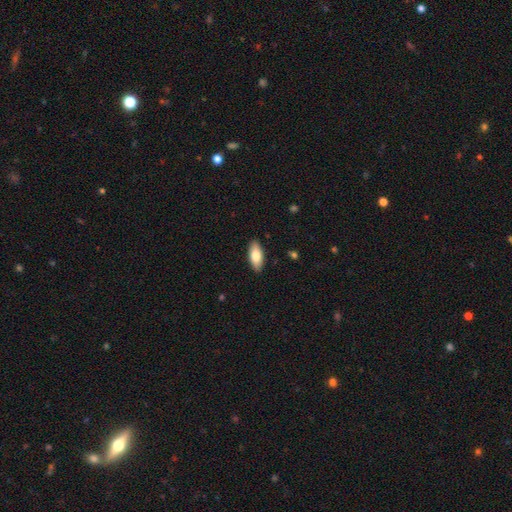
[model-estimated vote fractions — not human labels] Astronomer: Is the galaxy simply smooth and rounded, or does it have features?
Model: smooth — 82%.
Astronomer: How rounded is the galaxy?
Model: in between — 85%.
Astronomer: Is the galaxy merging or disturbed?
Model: none — 89%.